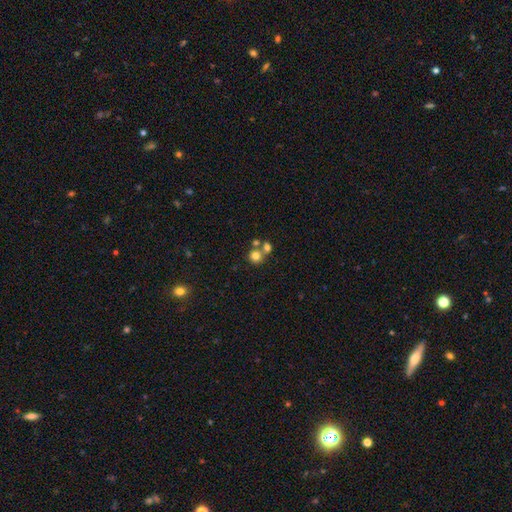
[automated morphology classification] The model was most divided on "merging": none: 51%, merger: 39%, minor disturbance: 6%, major disturbance: 3%. More confident: how rounded — round (90%); smooth or featured — smooth (77%).